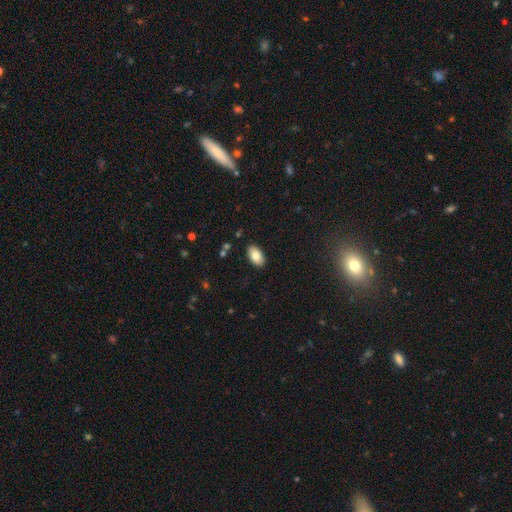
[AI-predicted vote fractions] This is clearly a smooth galaxy (82%). How rounded: clearly in between (94%). Merging: clearly none (88%).